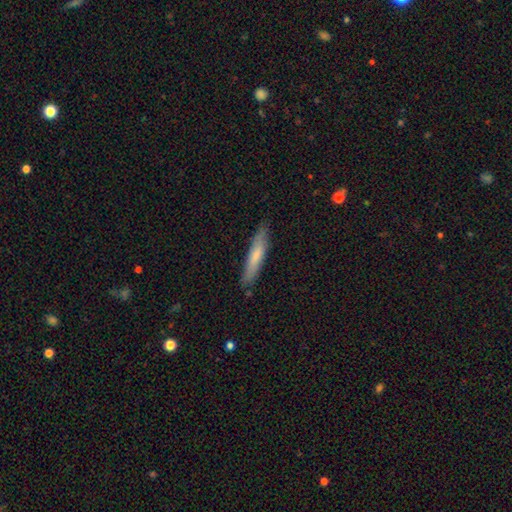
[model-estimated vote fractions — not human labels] Smooth or featured? smooth (70%)
How rounded? cigar-shaped (89%)
Merging? none (85%)